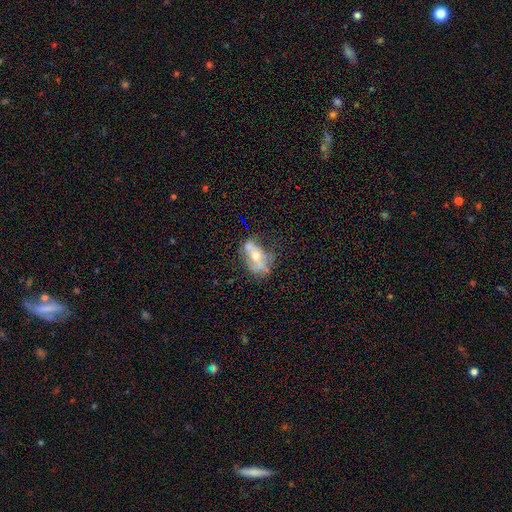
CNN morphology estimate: type=featured or disk (59%); edge-on=no (90%); bar=no (70%); spiral arms=no (70%); bulge=moderate (65%); merging=none (40%).